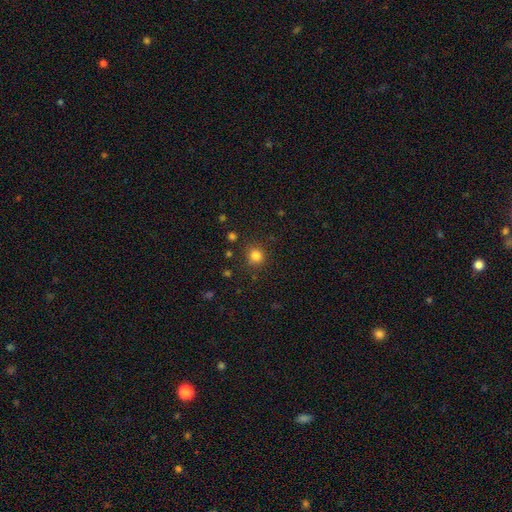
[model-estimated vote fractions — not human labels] Smooth or featured? smooth (82%)
How rounded? round (88%)
Merging? none (85%)